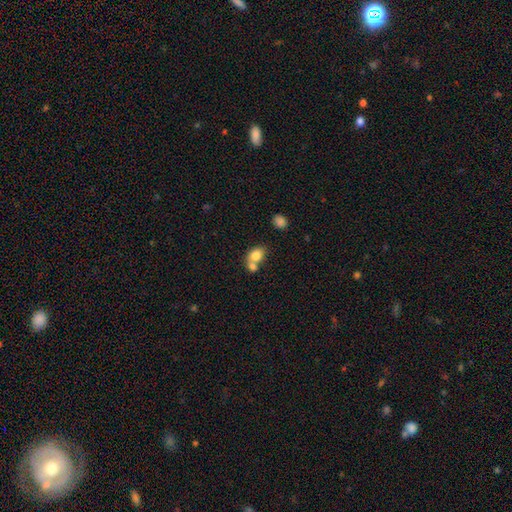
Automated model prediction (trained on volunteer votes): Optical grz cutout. It shows a smooth galaxy with no disk features (79%) that is in between round and cigar-shaped (59%). Merging: merger (53%).